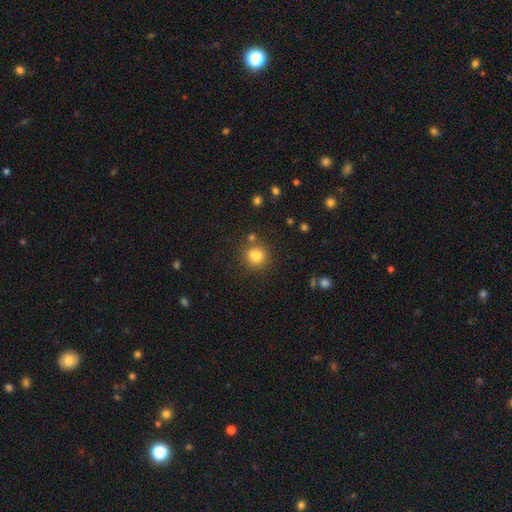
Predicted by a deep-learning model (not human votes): smooth 83%, star or artifact 12%, featured or disk 6%. Down the decision tree: how rounded — round (85%); merging — none (76%).